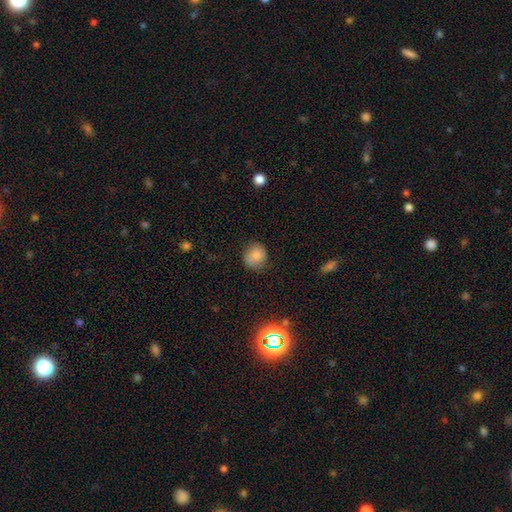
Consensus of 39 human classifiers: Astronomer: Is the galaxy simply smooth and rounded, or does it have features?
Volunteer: smooth — 77%.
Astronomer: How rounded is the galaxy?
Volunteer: round — 90%.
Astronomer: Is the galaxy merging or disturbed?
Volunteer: none — 80%.